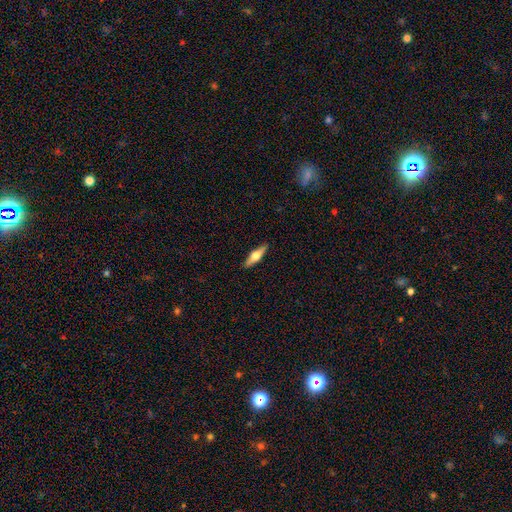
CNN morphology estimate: The model was most divided on "smooth or featured": featured or disk: 55%, smooth: 39%, star or artifact: 6%. More confident: edge-on disk — yes (95%); edge-on bulge — rounded (94%); merging — none (90%).